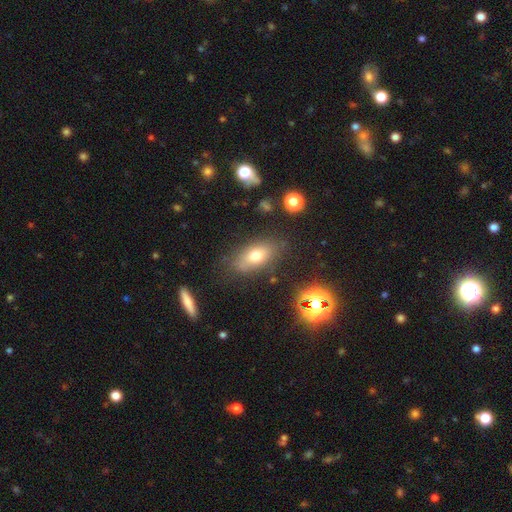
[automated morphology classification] The model was most divided on "smooth or featured": smooth: 70%, featured or disk: 18%, star or artifact: 12%. More confident: how rounded — in between (83%); merging — none (77%).